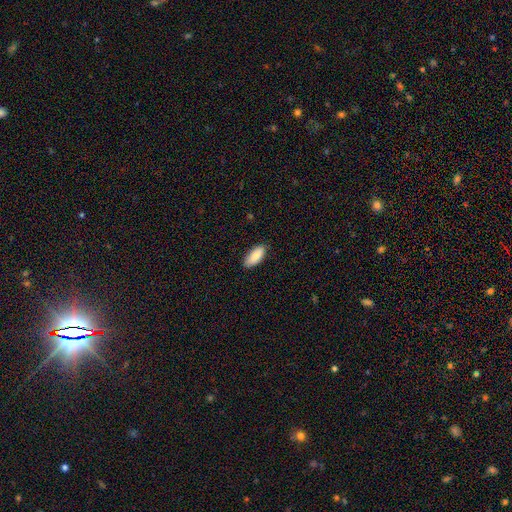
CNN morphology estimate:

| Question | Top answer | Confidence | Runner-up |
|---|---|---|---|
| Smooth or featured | smooth | 87% | featured or disk (7%) |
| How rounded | in between | 85% | cigar-shaped (13%) |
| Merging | none | 84% | minor disturbance (13%) |